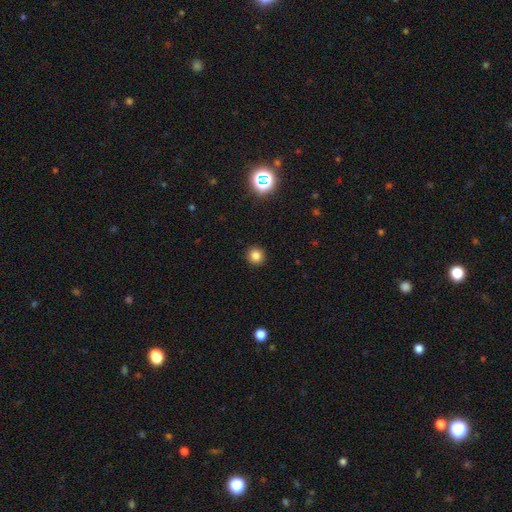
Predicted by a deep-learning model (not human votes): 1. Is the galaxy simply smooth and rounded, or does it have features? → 82% smooth, 13% star or artifact, 5% featured or disk.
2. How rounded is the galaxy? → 93% round, 6% in between, 1% cigar-shaped.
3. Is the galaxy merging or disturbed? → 93% none, 5% minor disturbance, 2% major disturbance, 1% merger.